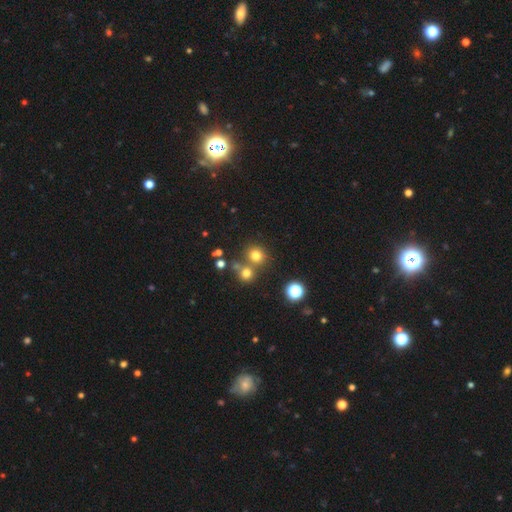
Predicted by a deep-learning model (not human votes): Smooth or featured? smooth (74%)
How rounded? round (85%)
Merging? none (64%)